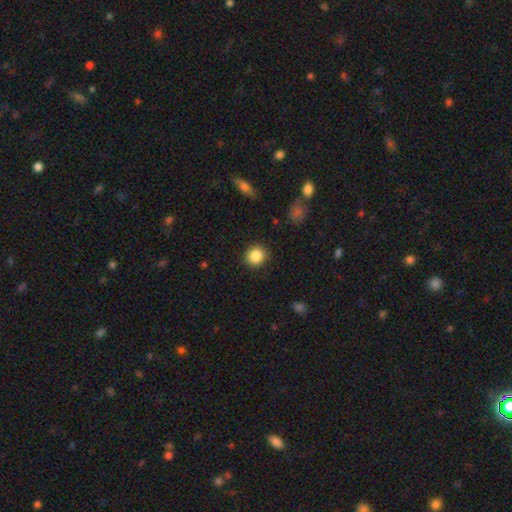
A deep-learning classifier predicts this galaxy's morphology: smooth_or_featured: smooth (p=0.86) [alt: star or artifact p=0.09]
how_rounded: round (p=0.84) [alt: in between p=0.15]
merging: none (p=0.90) [alt: minor disturbance p=0.07]